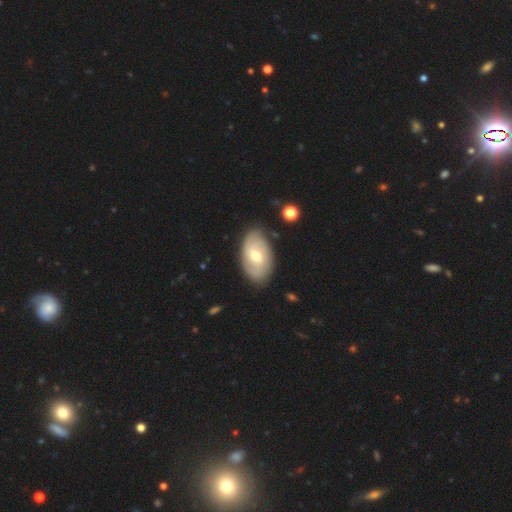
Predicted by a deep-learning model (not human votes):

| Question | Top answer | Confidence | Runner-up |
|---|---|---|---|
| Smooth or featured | featured or disk | 59% | smooth (35%) |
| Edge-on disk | no | 93% | yes (7%) |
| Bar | weak | 51% | no (38%) |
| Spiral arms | yes | 73% | no (27%) |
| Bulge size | moderate | 65% | small (29%) |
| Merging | none | 81% | minor disturbance (14%) |